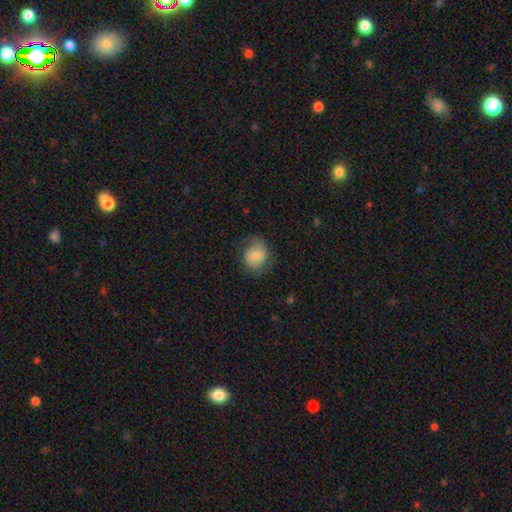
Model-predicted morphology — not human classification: Overall: smooth (63%; featured or disk 30%). How rounded: round (60%; in between 39%). Merging: none (63%).